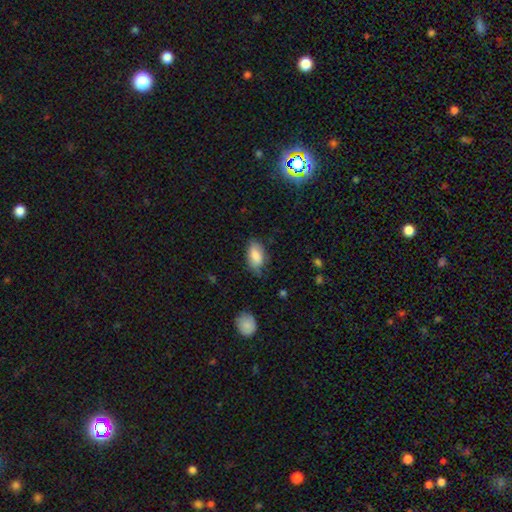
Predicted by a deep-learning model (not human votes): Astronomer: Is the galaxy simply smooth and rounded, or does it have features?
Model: smooth — 84%.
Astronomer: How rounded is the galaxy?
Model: in between — 91%.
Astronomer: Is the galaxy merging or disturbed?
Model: none — 64%.